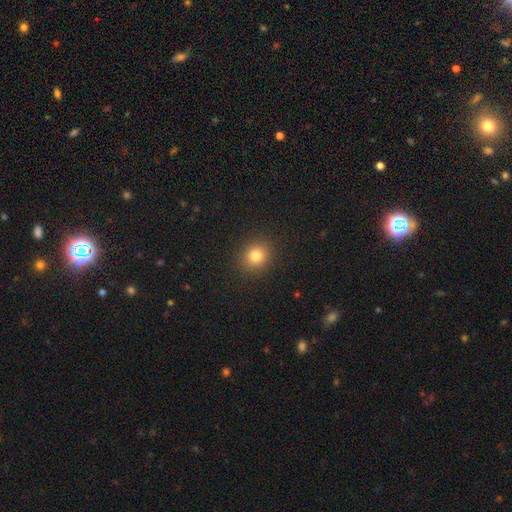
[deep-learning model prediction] The model was most divided on "how rounded": round: 76%, in between: 23%, cigar-shaped: 1%. More confident: merging — none (90%); smooth or featured — smooth (81%).